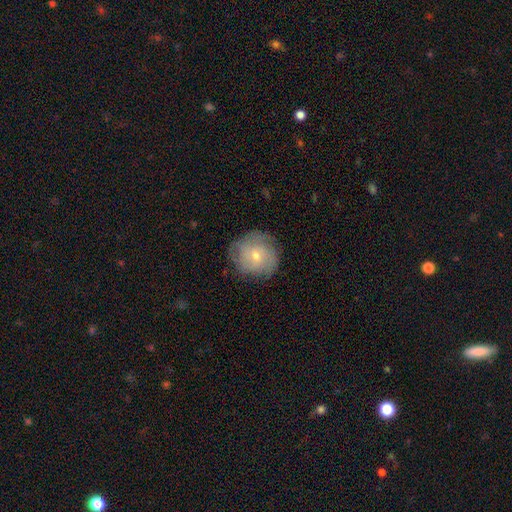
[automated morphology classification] The model was most divided on "smooth or featured": smooth: 50%, featured or disk: 42%, star or artifact: 8%. More confident: how rounded — round (88%); merging — none (73%).